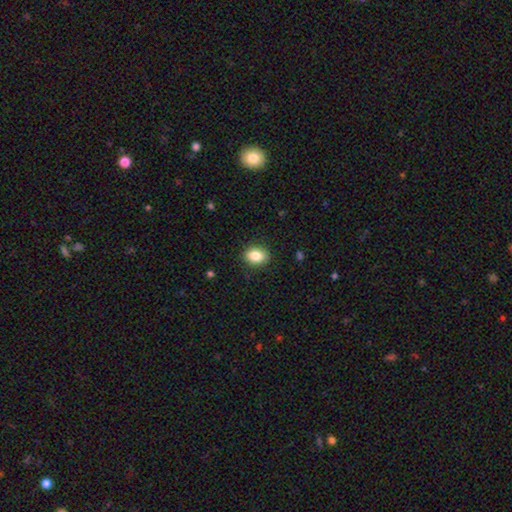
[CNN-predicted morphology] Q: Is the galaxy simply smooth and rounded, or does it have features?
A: smooth — 84%.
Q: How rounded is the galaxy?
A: in between — 66%.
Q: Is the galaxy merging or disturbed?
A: none — 89%.